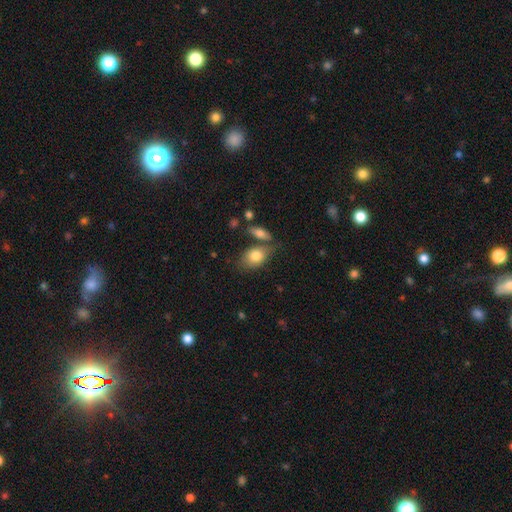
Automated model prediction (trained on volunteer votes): This appears to be a smooth galaxy with no disk features (81%) that is in between round and cigar-shaped (83%). Merging: none (55%).